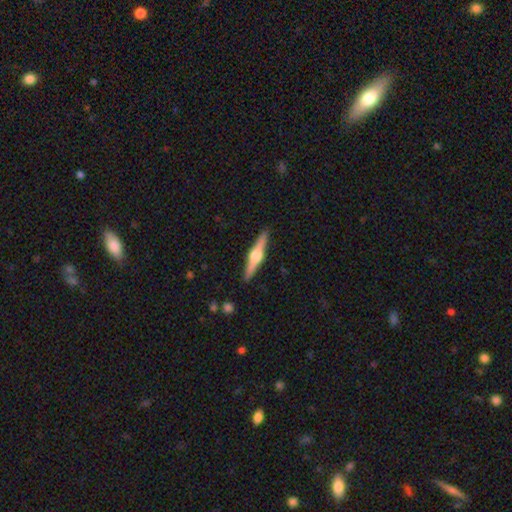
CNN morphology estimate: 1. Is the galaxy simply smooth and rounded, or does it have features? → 78% featured or disk, 17% smooth, 5% star or artifact.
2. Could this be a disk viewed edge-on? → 98% yes, 2% no.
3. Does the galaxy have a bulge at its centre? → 93% rounded, 5% boxy, 2% none.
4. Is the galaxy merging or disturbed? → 91% none, 6% minor disturbance, 1% major disturbance, 1% merger.